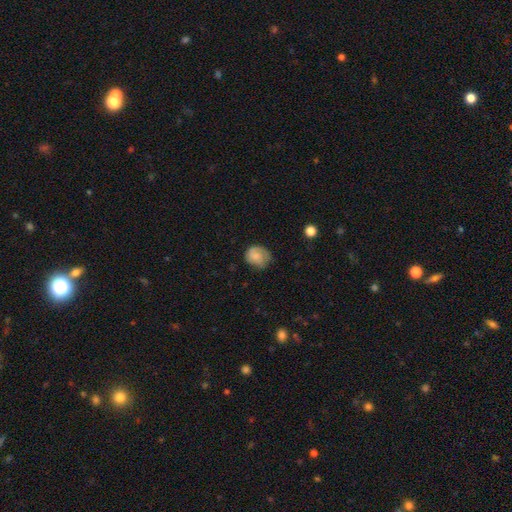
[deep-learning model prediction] Morphology: type=smooth (72%); roundness=round (65%); merging=none (57%).